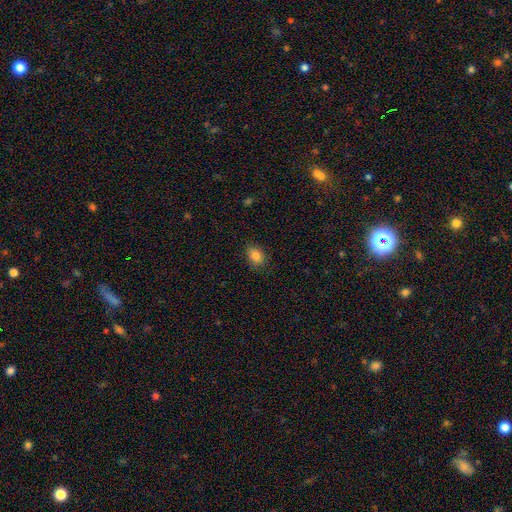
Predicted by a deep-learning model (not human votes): Smooth or featured? Predicted: smooth (p=0.84). How rounded? Predicted: in between (p=0.76). Merging? Predicted: none (p=0.86).